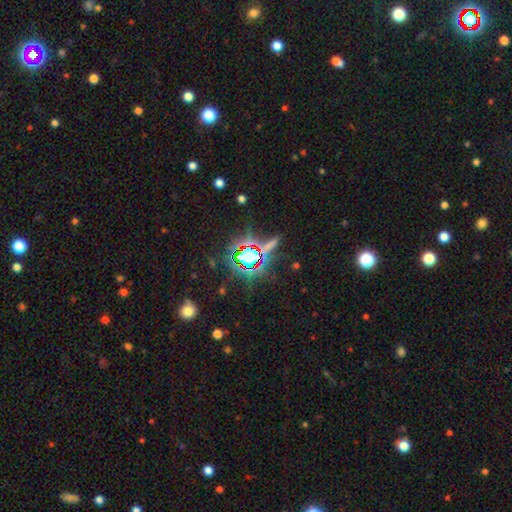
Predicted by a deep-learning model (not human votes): Smooth or featured? star or artifact (83%)